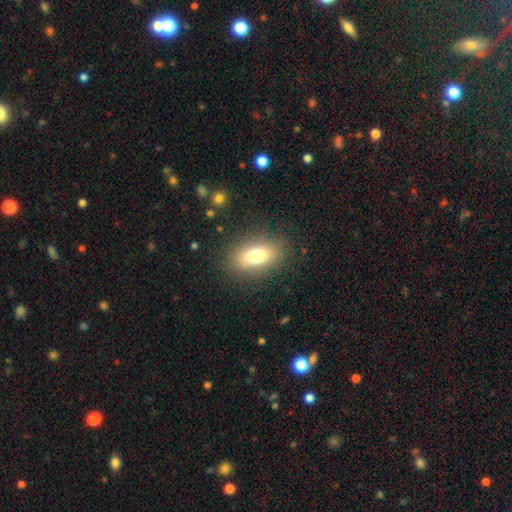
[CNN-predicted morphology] Smooth or featured?
  - smooth: 74% *
  - featured or disk: 15%
  - star or artifact: 10%
How rounded?
  - in between: 83% *
  - round: 13%
  - cigar-shaped: 4%
Merging?
  - none: 84% *
  - minor disturbance: 10%
  - major disturbance: 4%
  - merger: 1%